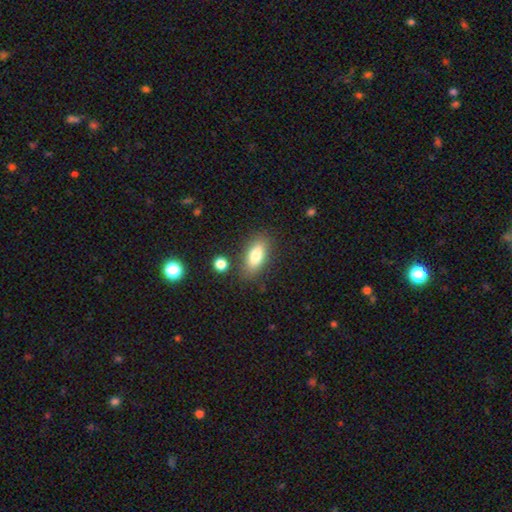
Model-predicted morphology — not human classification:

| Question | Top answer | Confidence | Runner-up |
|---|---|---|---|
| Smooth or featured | smooth | 78% | featured or disk (14%) |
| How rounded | in between | 83% | cigar-shaped (13%) |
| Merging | none | 80% | minor disturbance (12%) |